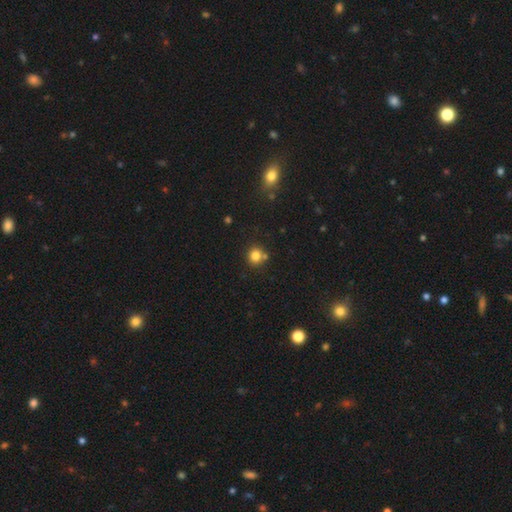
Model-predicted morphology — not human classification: type=smooth (80%); roundness=round (88%); merging=none (73%).